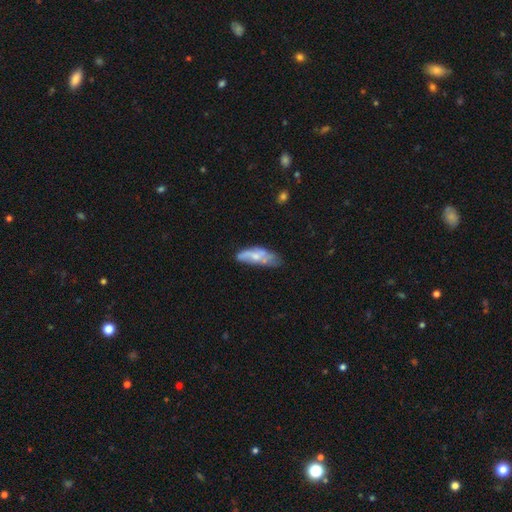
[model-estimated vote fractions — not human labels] smooth_or_featured: smooth (p=0.48) [alt: featured or disk p=0.45]
merging: none (p=0.37) [alt: minor disturbance p=0.30]